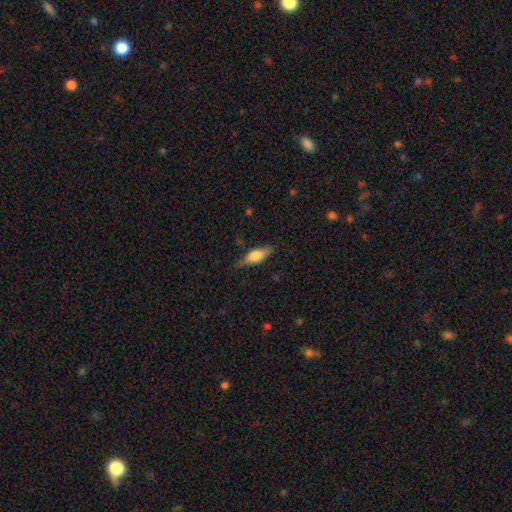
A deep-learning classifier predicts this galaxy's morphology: Overall: smooth (59%; featured or disk 35%). How rounded: in between (60%; cigar-shaped 36%). Merging: none (71%).